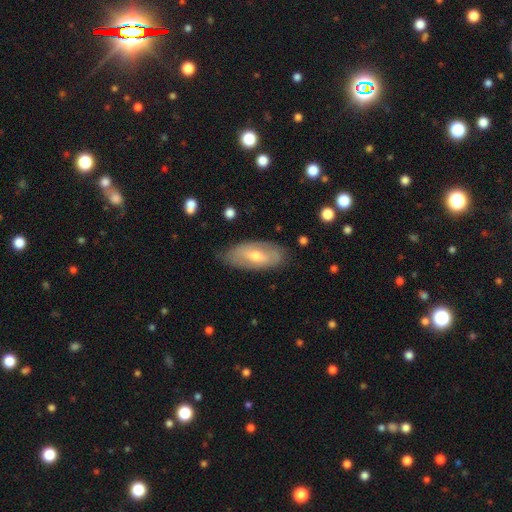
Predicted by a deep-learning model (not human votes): Morphology: type=featured or disk (52%); edge-on=no (84%); merging=none (75%).